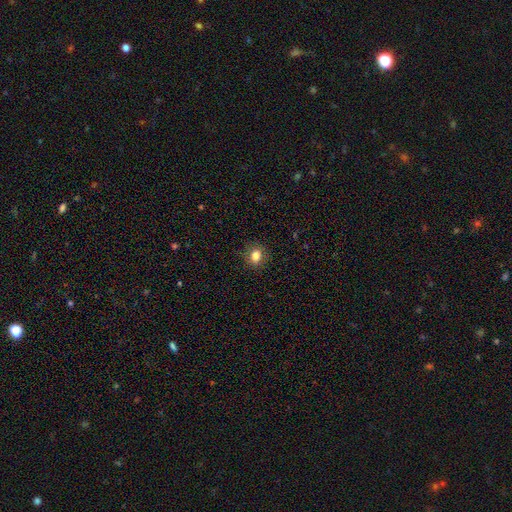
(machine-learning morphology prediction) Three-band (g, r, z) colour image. It shows a smooth galaxy with no disk features (81%) that is round (65%). Merging: none (87%).